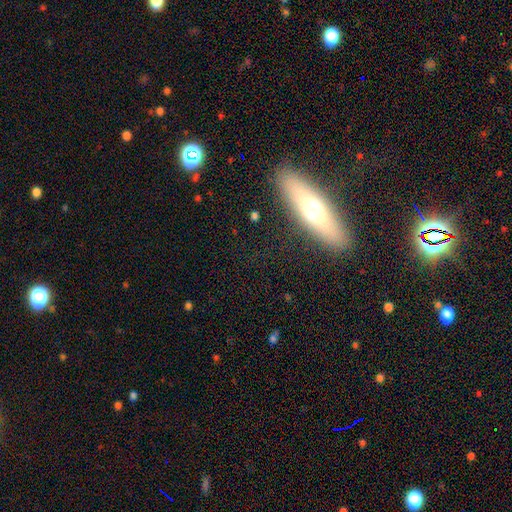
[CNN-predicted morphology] smooth_or_featured: smooth (p=0.49) [alt: featured or disk p=0.38]
merging: none (p=0.86) [alt: minor disturbance p=0.09]